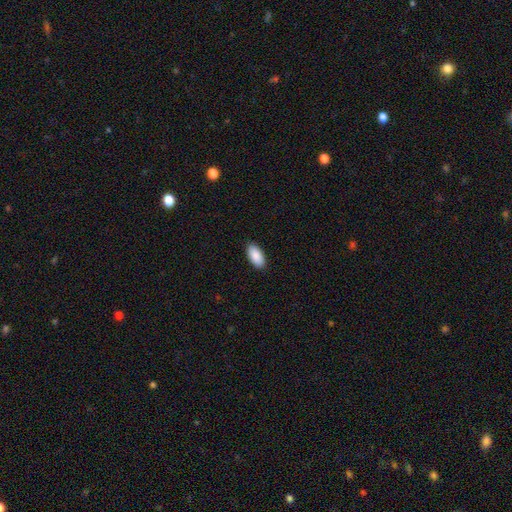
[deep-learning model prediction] Smooth or featured? Predicted: smooth (p=0.90). How rounded? Predicted: in between (p=0.94). Merging? Predicted: none (p=0.90).